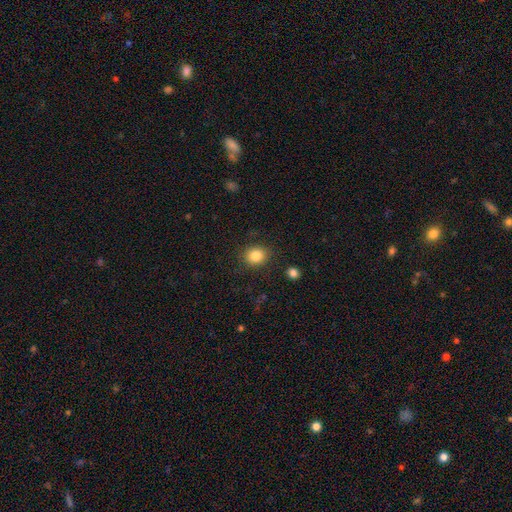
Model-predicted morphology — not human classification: smooth 84%, star or artifact 10%, featured or disk 6%. Down the decision tree: how rounded — round (70%); merging — none (87%).